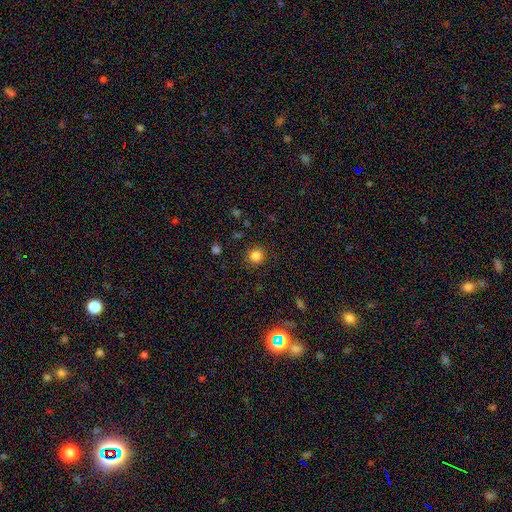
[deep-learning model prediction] A smooth galaxy with no disk features (83%) that is round (91%). Merging: none (90%).